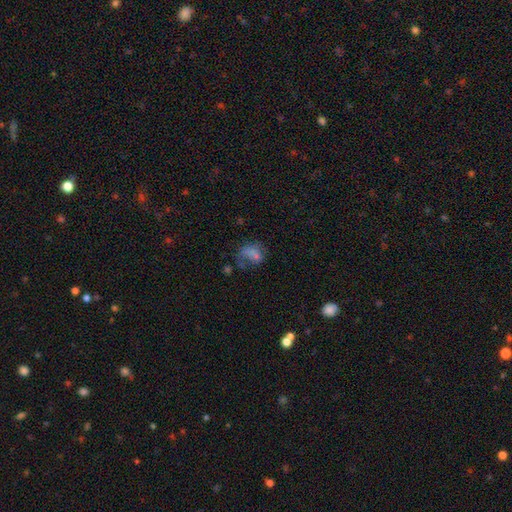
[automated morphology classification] smooth_or_featured: smooth (p=0.50) [alt: featured or disk p=0.25]
merging: none (p=0.43) [alt: major disturbance p=0.26]